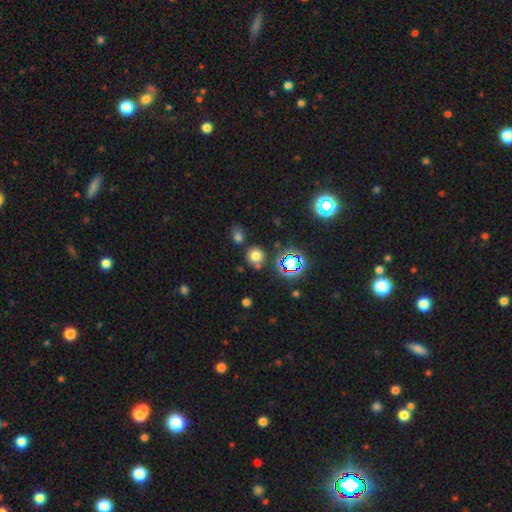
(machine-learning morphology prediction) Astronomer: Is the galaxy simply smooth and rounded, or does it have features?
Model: smooth — 69%.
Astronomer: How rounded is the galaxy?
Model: round — 82%.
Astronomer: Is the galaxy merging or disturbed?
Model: none — 73%.